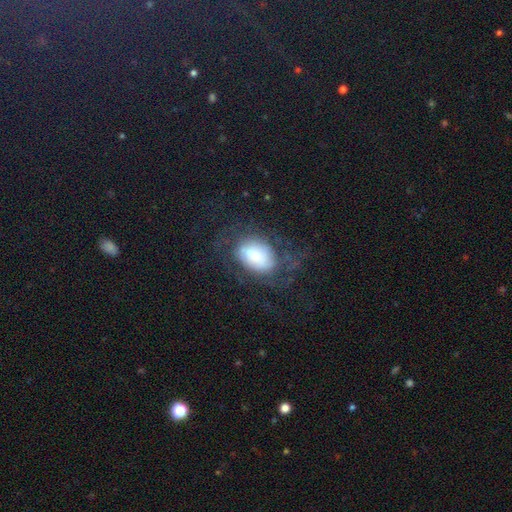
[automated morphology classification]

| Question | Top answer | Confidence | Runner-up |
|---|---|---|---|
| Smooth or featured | featured or disk | 48% | smooth (41%) |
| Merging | none | 51% | major disturbance (26%) |